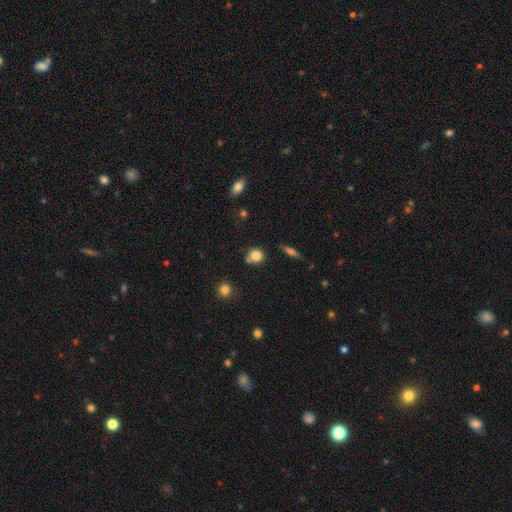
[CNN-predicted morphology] smooth-or-featured: smooth: 79% | star or artifact: 11% | featured or disk: 10%
  how-rounded: round: 80% | in between: 19% | cigar-shaped: 2%
  merging: none: 63% | merger: 19% | minor disturbance: 14% | major disturbance: 3%